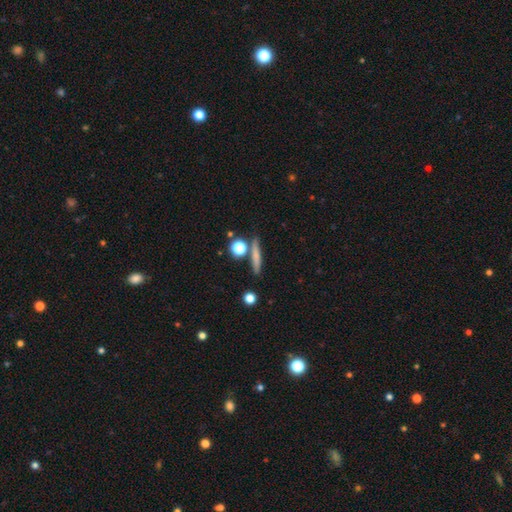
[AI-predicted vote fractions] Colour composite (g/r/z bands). It shows a smooth galaxy with no disk features (67%) that is cigar-shaped (80%). Merging: none (79%).